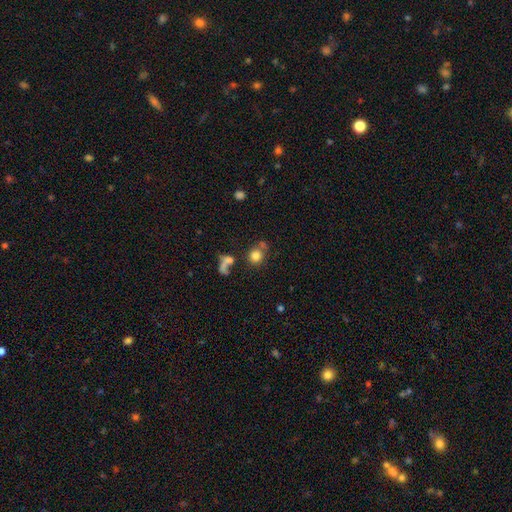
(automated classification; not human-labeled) A smooth galaxy with no disk features (79%) that is round (83%). Merging: none (57%).